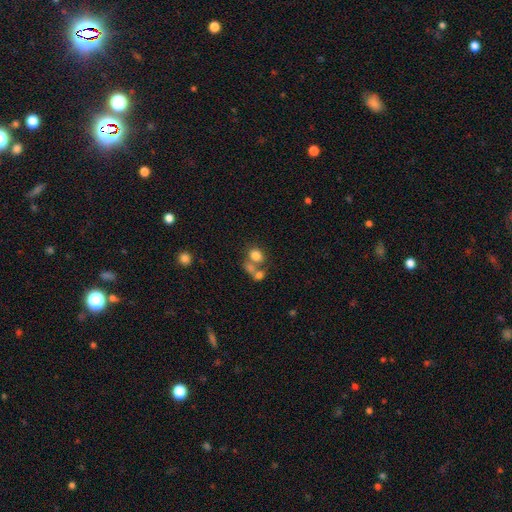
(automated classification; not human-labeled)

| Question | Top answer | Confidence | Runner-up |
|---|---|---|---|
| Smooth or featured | smooth | 75% | star or artifact (13%) |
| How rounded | round | 58% | in between (41%) |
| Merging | merger | 43% | none (41%) |